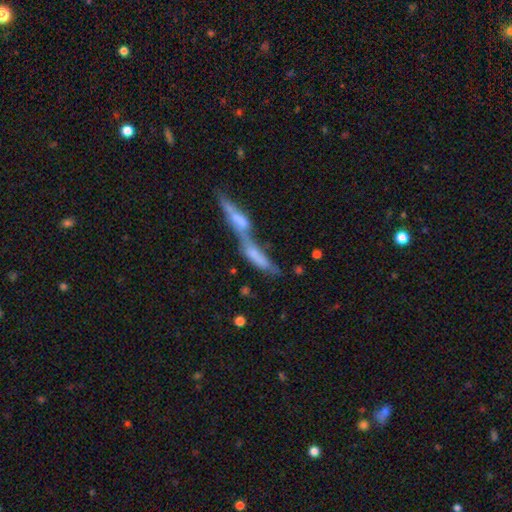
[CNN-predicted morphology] This appears to be a smooth galaxy with no disk features (56%) that is cigar-shaped (65%). Merging: merger (80%).